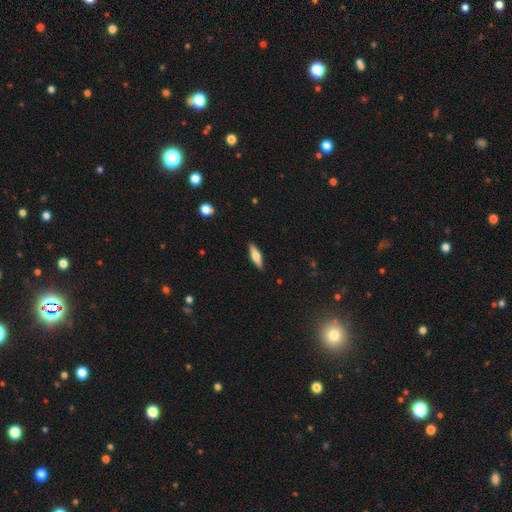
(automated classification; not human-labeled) featured or disk 48%, smooth 46%, star or artifact 6%. Down the decision tree: merging — none (90%).